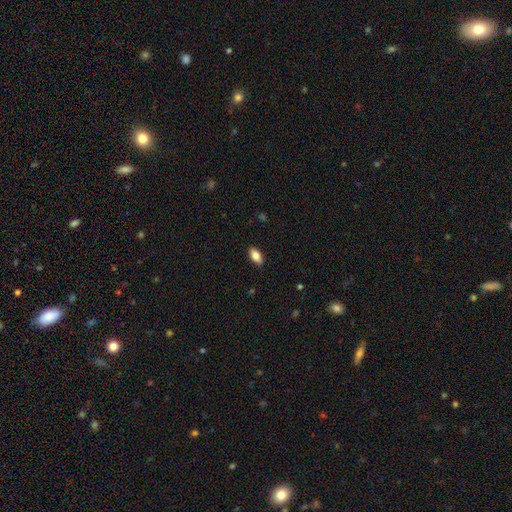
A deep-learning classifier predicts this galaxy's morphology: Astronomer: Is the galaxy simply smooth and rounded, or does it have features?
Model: smooth — 80%.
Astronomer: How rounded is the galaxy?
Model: in between — 90%.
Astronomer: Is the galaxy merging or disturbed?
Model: none — 88%.